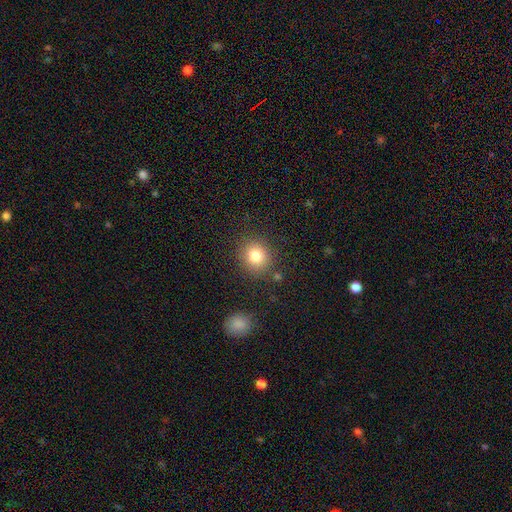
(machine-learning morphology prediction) The model was most divided on "how rounded": round: 84%, in between: 15%, cigar-shaped: 1%. More confident: merging — none (84%); smooth or featured — smooth (81%).